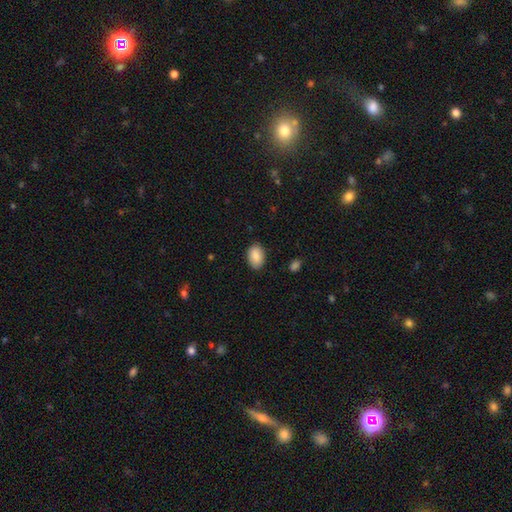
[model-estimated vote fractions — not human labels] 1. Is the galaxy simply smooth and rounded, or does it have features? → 89% smooth, 7% star or artifact, 5% featured or disk.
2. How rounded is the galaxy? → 88% in between, 11% round, 1% cigar-shaped.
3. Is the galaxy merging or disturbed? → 86% none, 10% minor disturbance, 2% major disturbance, 1% merger.